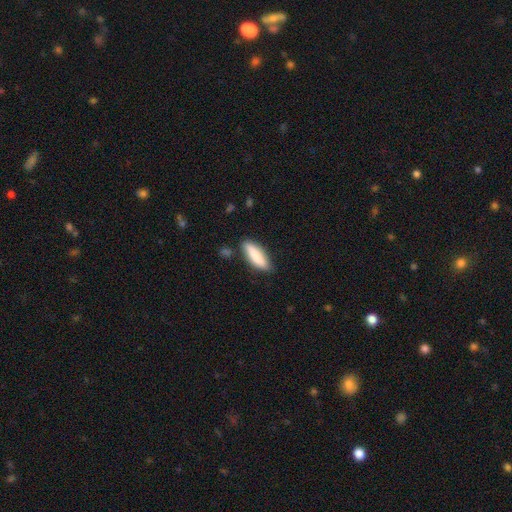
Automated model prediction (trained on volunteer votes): Smooth or featured?
  - smooth: 81% *
  - featured or disk: 13%
  - star or artifact: 6%
How rounded?
  - cigar-shaped: 52% *
  - in between: 46%
  - round: 2%
Merging?
  - none: 81% *
  - minor disturbance: 14%
  - major disturbance: 3%
  - merger: 3%